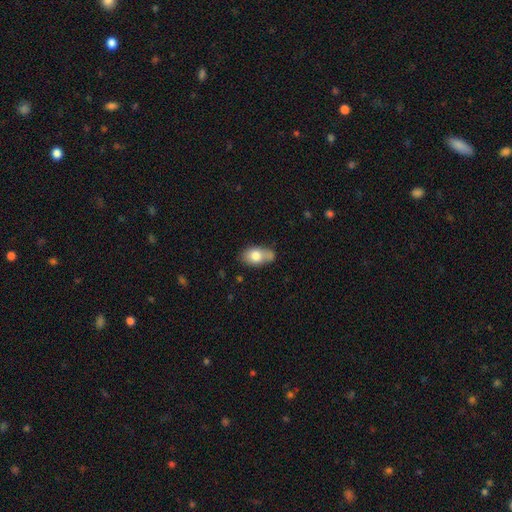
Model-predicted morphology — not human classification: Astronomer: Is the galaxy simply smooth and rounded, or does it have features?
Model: smooth — 77%.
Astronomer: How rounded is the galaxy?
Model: in between — 86%.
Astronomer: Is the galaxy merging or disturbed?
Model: none — 49% (runner-up: minor disturbance, 28%).